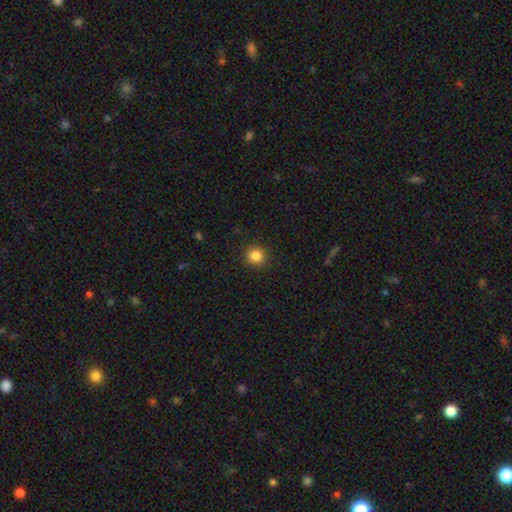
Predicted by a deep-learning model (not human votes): Smooth or featured? Predicted: smooth (p=0.85). How rounded? Predicted: round (p=0.93). Merging? Predicted: none (p=0.91).